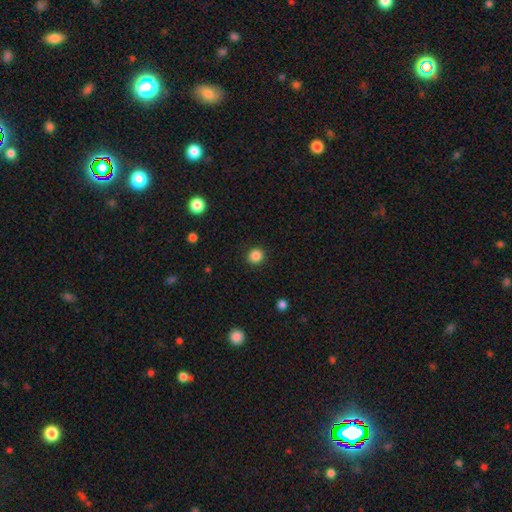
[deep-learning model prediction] This is clearly a smooth galaxy (86%). How rounded: clearly round (90%). Merging: clearly none (92%).